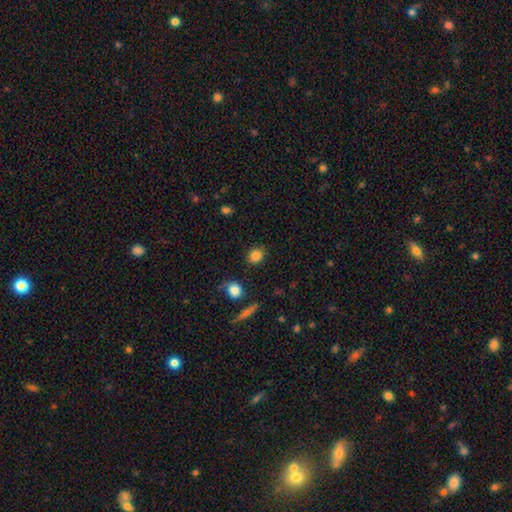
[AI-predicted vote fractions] This appears to be a smooth galaxy with no disk features (84%) that is round (69%). Merging: none (86%).